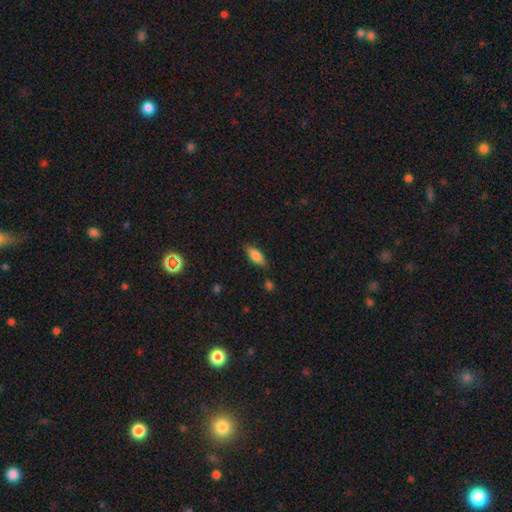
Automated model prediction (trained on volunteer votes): Q: Smooth or featured?
A: smooth (79%); runner-up: featured or disk (13%)
Q: How rounded?
A: in between (74%); runner-up: cigar-shaped (23%)
Q: Merging?
A: none (78%); runner-up: minor disturbance (16%)